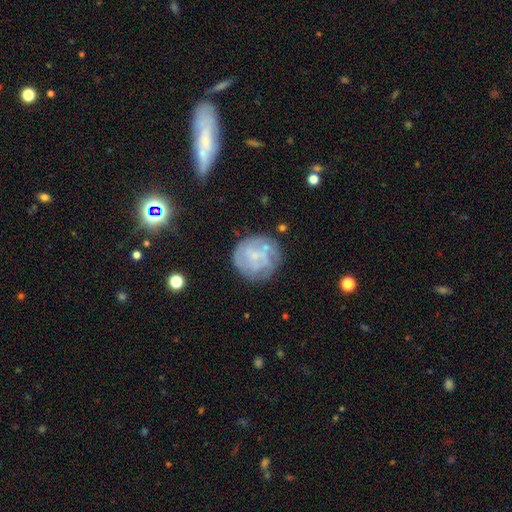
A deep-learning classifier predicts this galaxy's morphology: Smooth or featured?
  - featured or disk: 61% *
  - smooth: 30%
  - star or artifact: 9%
Edge-on disk?
  - no: 98% *
  - yes: 2%
Bar?
  - no: 70% *
  - weak: 25%
  - strong: 5%
Spiral arms?
  - yes: 65% *
  - no: 35%
Bulge size?
  - small: 57% *
  - none: 28%
  - moderate: 13%
  - large: 2%
  - dominant: 1%
Merging?
  - none: 67% *
  - minor disturbance: 19%
  - major disturbance: 10%
  - merger: 4%